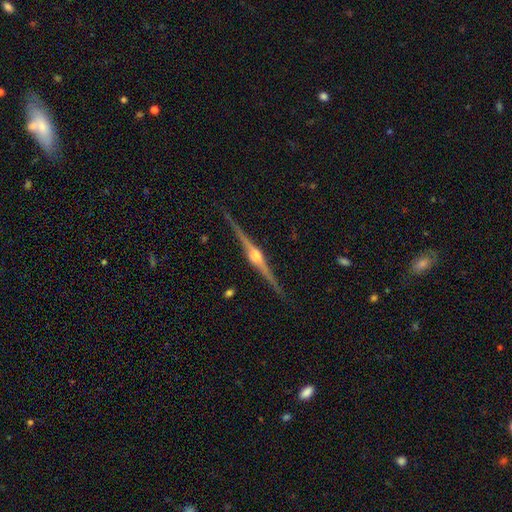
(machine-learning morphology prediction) The model was most divided on "merging": none: 89%, minor disturbance: 8%, major disturbance: 1%, merger: 1%. More confident: edge-on disk — yes (98%); edge-on bulge — rounded (93%); smooth or featured — featured or disk (90%).